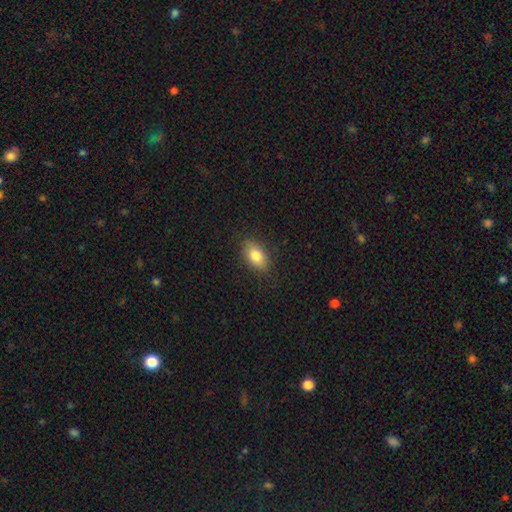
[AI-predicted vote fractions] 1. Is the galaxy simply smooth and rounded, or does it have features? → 81% smooth, 11% featured or disk, 8% star or artifact.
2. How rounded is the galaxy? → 87% in between, 10% round, 2% cigar-shaped.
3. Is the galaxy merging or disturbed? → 86% none, 10% minor disturbance, 3% major disturbance, 1% merger.